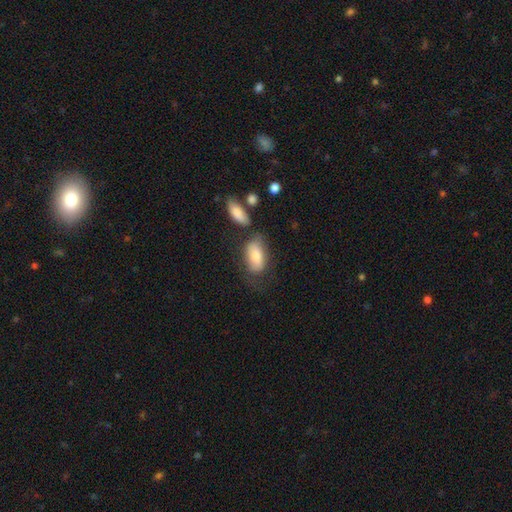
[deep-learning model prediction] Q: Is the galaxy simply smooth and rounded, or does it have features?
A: smooth — 77%.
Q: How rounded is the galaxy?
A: in between — 90%.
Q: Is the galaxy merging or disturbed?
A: none — 50%.